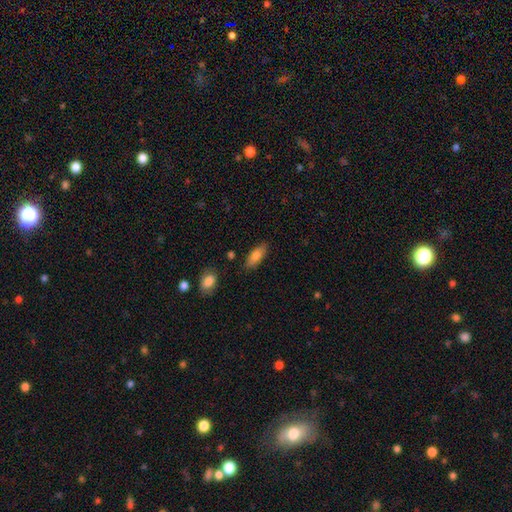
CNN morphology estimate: Overall: smooth (81%). How rounded: in between (73%). Merging: none (84%).